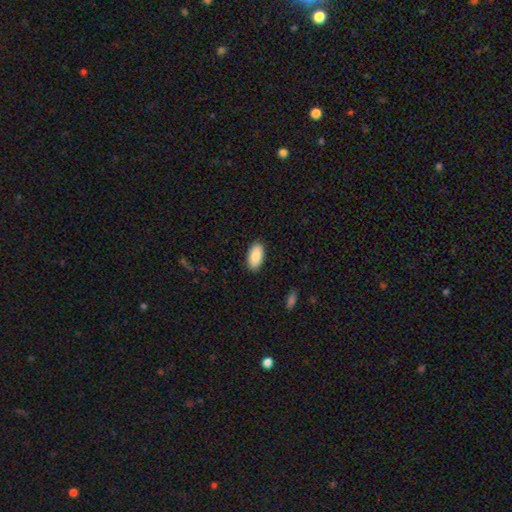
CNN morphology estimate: Smooth or featured: smooth — 89% (star or artifact — 6%)
How rounded: in between — 94% (cigar-shaped — 4%)
Merging: none — 89% (minor disturbance — 8%)